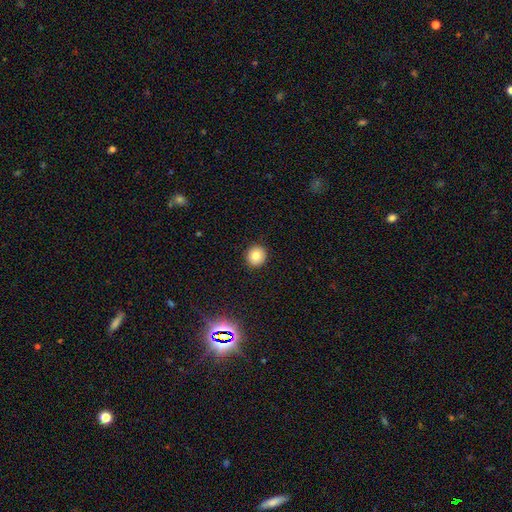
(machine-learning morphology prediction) A smooth galaxy with no disk features (80%) that is round (93%). Merging: none (93%).